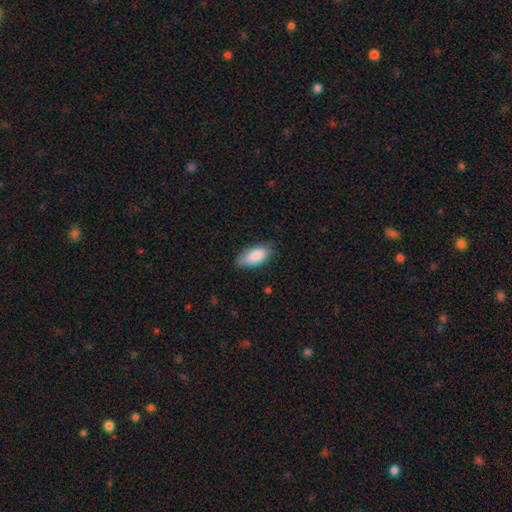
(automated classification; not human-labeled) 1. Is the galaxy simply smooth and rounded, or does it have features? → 87% smooth, 7% featured or disk, 6% star or artifact.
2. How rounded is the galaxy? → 90% in between, 8% cigar-shaped, 2% round.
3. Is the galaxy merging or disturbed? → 74% none, 21% minor disturbance, 4% major disturbance, 1% merger.